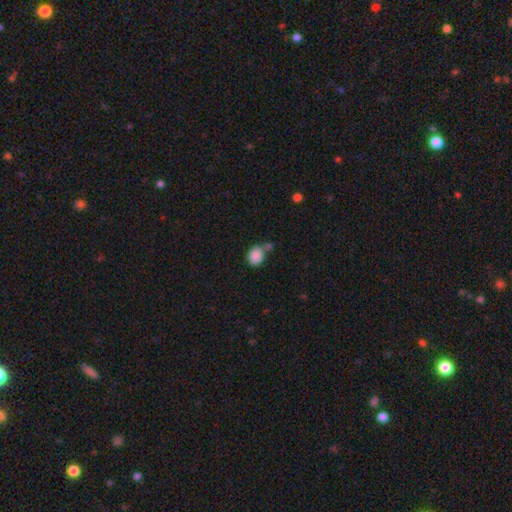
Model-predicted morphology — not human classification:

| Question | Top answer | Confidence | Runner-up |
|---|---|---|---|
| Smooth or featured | smooth | 87% | star or artifact (9%) |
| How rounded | round | 56% | in between (43%) |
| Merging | none | 57% | merger (23%) |